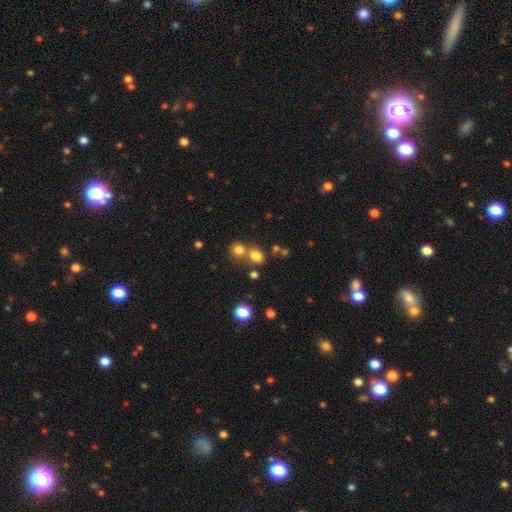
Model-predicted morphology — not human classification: This appears to be a smooth galaxy with no disk features (77%) that is round (56%). Merging: none (52%).